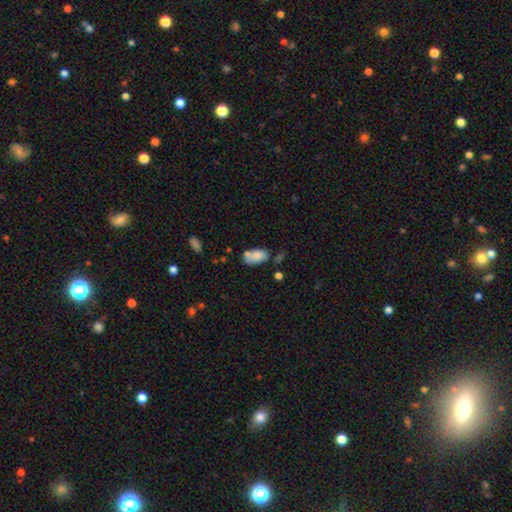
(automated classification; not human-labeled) The model was most divided on "merging": none: 47%, minor disturbance: 24%, merger: 22%, major disturbance: 7%. More confident: how rounded — in between (92%); smooth or featured — smooth (77%).